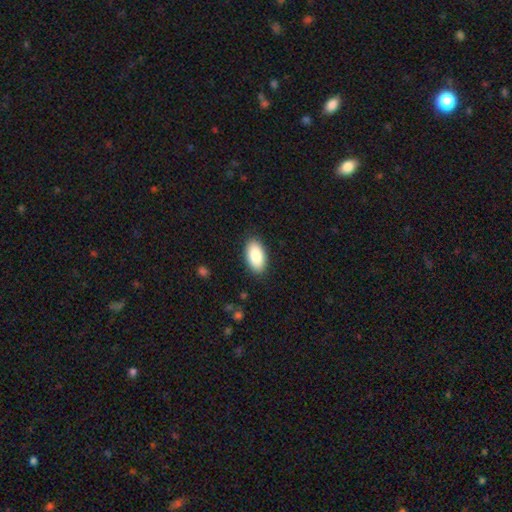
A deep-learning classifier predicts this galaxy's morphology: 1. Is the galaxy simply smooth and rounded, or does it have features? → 88% smooth, 6% star or artifact, 6% featured or disk.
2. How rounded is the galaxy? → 95% in between, 3% round, 2% cigar-shaped.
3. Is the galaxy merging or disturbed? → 88% none, 9% minor disturbance, 2% major disturbance, 1% merger.